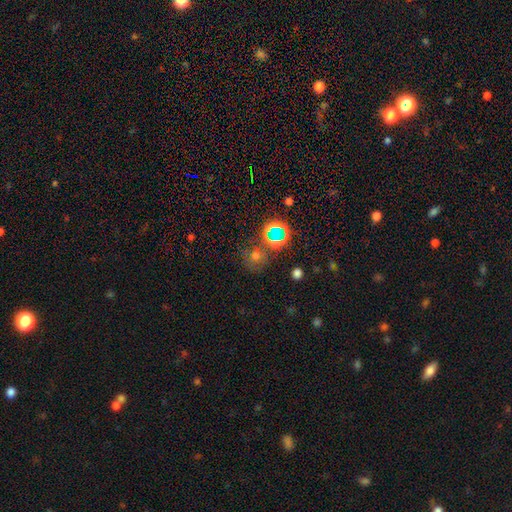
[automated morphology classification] smooth-or-featured: smooth: 55% | star or artifact: 33% | featured or disk: 12%
  how-rounded: round: 85% | in between: 14% | cigar-shaped: 1%
  merging: none: 68% | merger: 13% | minor disturbance: 12% | major disturbance: 6%